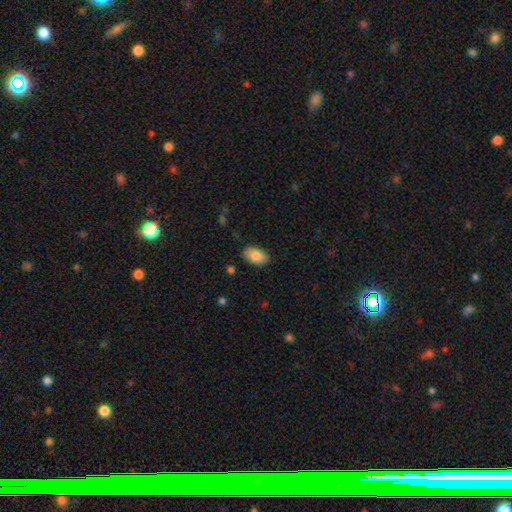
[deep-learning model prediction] Smooth or featured? Predicted: smooth (p=0.83). How rounded? Predicted: in between (p=0.93). Merging? Predicted: none (p=0.85).